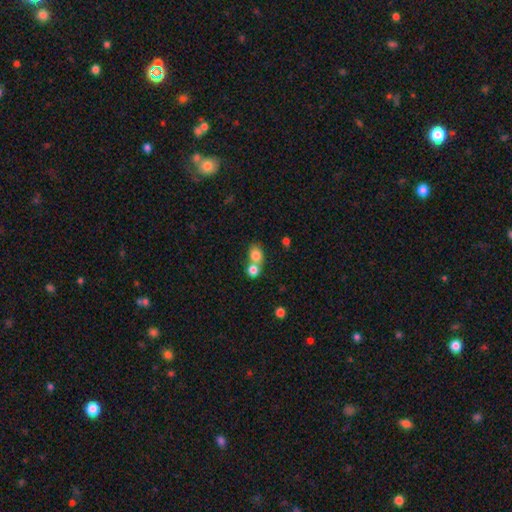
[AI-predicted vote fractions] Q: Smooth or featured?
A: smooth (81%); runner-up: star or artifact (10%)
Q: How rounded?
A: round (56%); runner-up: in between (42%)
Q: Merging?
A: merger (53%); runner-up: none (36%)